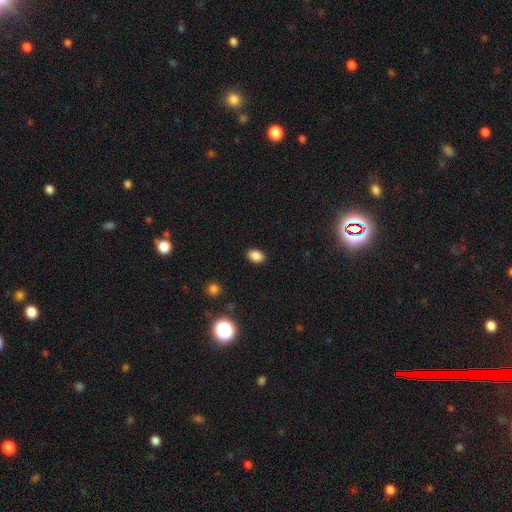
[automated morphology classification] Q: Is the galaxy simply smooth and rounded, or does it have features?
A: smooth — 85%.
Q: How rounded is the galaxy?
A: in between — 83%.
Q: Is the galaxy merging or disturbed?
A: none — 88%.